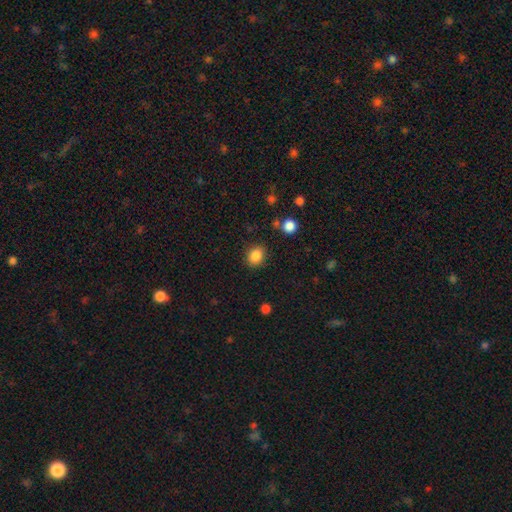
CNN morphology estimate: Smooth or featured: smooth — 86% (star or artifact — 10%)
How rounded: round — 63% (in between — 37%)
Merging: none — 86% (minor disturbance — 9%)